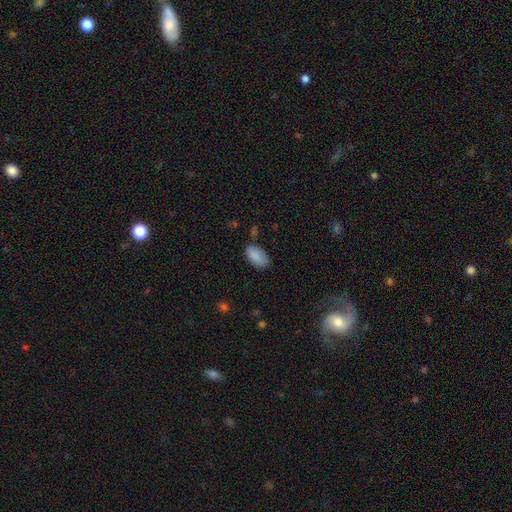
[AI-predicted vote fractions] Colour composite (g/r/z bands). It shows a smooth galaxy with no disk features (89%) that is in between round and cigar-shaped (94%). Merging: none (78%).